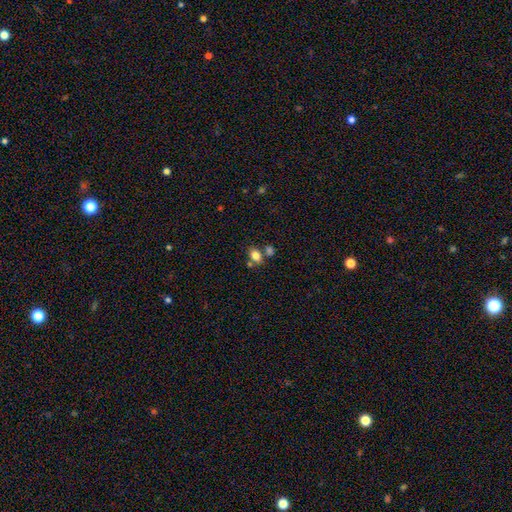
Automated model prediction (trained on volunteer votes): Smooth or featured? Predicted: smooth (p=0.80). How rounded? Predicted: in between (p=0.71). Merging? Predicted: none (p=0.62).